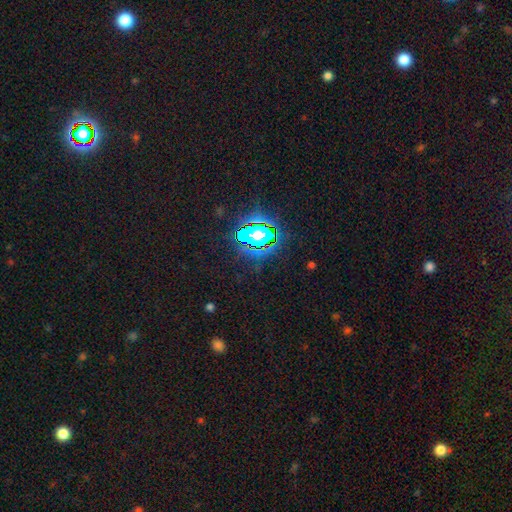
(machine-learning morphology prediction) Smooth or featured? star or artifact (81%)